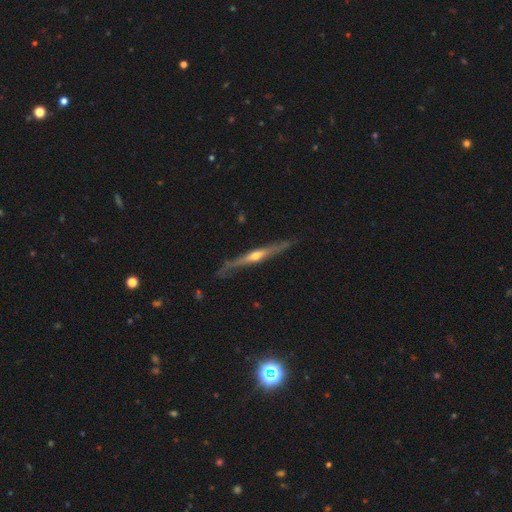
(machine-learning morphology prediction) featured or disk 74%, smooth 21%, star or artifact 5%. Down the decision tree: edge-on disk — yes (96%); edge-on bulge — rounded (83%); merging — none (81%).